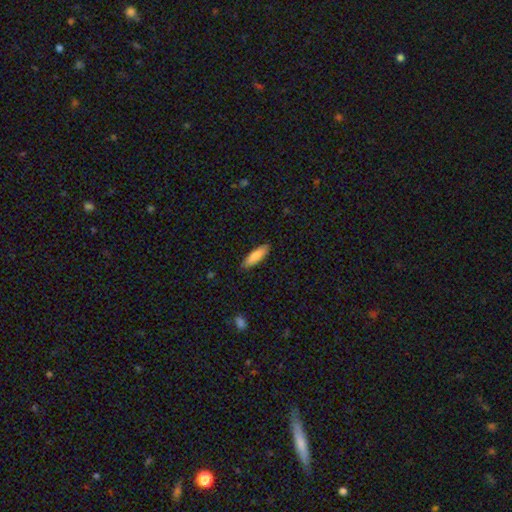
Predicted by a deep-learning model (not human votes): This appears to be a smooth galaxy with no disk features (83%) that is in between round and cigar-shaped (49%, tied with cigar-shaped). Merging: none (86%).